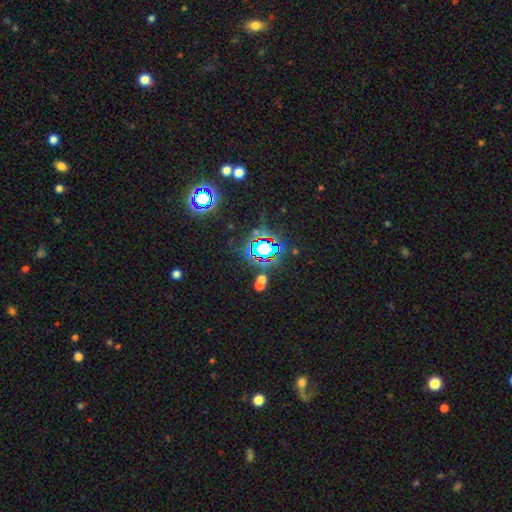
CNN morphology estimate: Smooth or featured?
  - star or artifact: 73% *
  - smooth: 17%
  - featured or disk: 10%